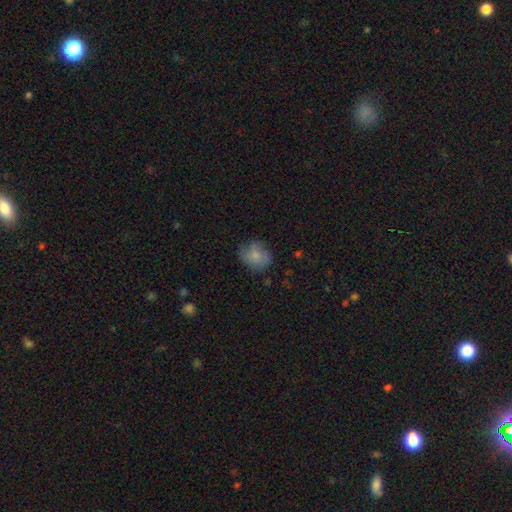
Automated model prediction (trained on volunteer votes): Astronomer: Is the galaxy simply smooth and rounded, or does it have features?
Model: smooth — 79%.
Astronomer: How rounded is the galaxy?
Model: round — 68%.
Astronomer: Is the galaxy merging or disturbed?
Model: none — 71%.